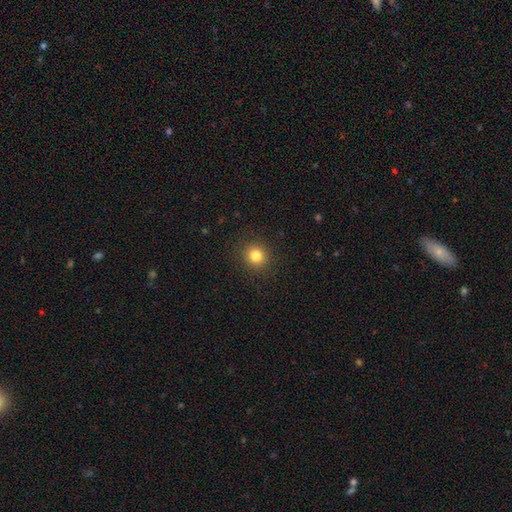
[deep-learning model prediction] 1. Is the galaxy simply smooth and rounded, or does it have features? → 82% smooth, 12% star or artifact, 6% featured or disk.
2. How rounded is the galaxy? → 89% round, 10% in between, 1% cigar-shaped.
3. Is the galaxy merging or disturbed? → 91% none, 6% minor disturbance, 2% major disturbance, 1% merger.